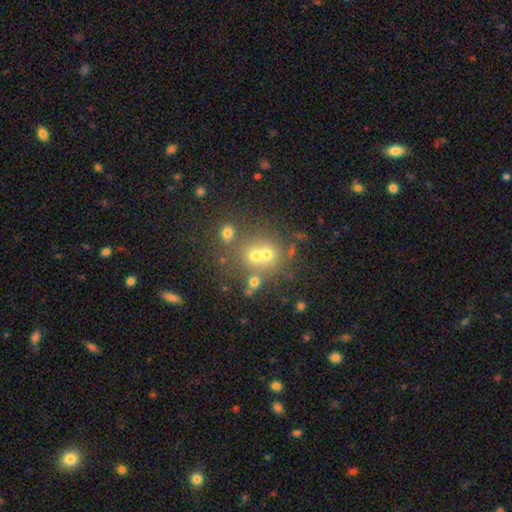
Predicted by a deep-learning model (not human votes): This is possibly a smooth galaxy (59%). How rounded: likely round (79%). Merging: possibly merger (46%).